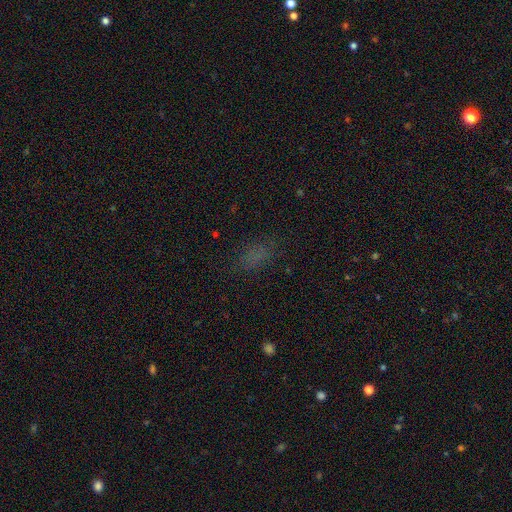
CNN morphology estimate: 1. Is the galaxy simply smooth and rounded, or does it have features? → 68% smooth, 23% star or artifact, 9% featured or disk.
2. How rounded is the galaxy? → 83% in between, 9% round, 8% cigar-shaped.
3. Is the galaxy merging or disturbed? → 75% none, 16% minor disturbance, 7% major disturbance, 2% merger.